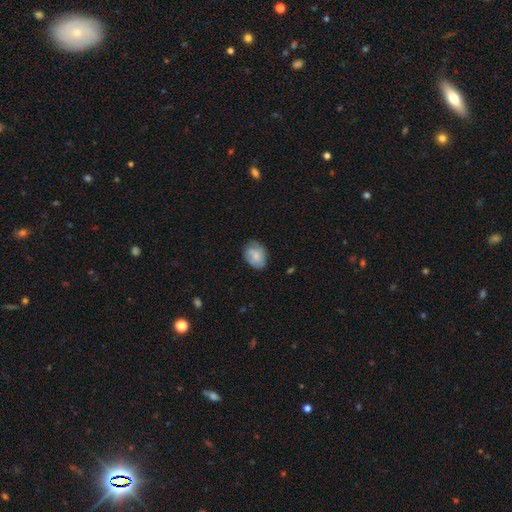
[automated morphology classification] smooth_or_featured: smooth (p=0.66) [alt: featured or disk p=0.27]
how_rounded: in between (p=0.67) [alt: round p=0.32]
merging: none (p=0.67) [alt: minor disturbance p=0.25]